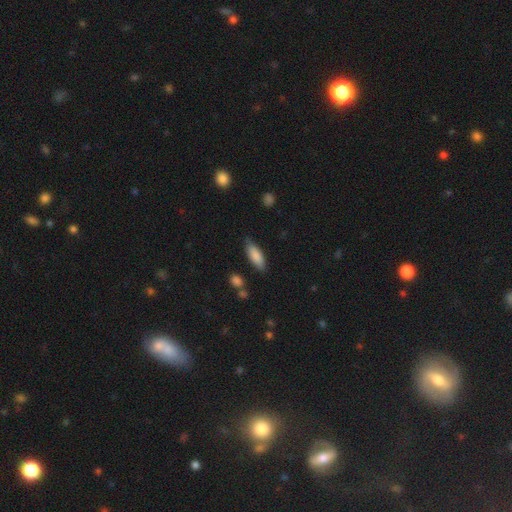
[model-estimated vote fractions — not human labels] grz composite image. It shows a smooth galaxy with no disk features (86%) that is in between round and cigar-shaped (70%). Merging: none (81%).